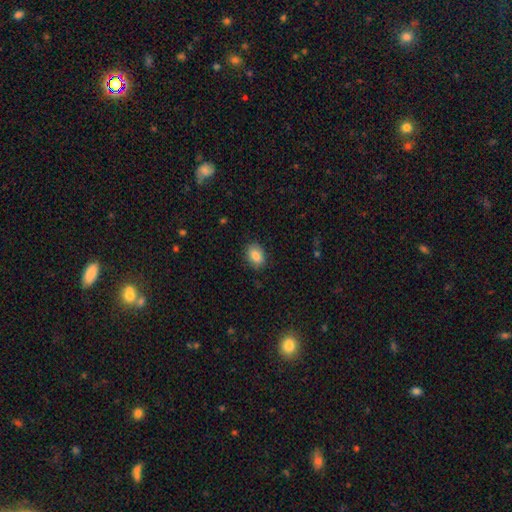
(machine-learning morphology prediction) smooth-or-featured: smooth: 84% | star or artifact: 8% | featured or disk: 8%
  how-rounded: in between: 76% | round: 23% | cigar-shaped: 1%
  merging: none: 85% | minor disturbance: 11% | major disturbance: 2% | merger: 1%